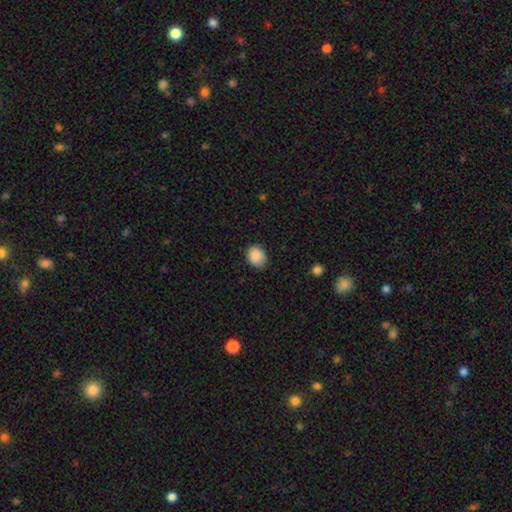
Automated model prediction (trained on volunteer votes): Smooth or featured: smooth — 88% (star or artifact — 8%)
How rounded: round — 64% (in between — 35%)
Merging: none — 81% (minor disturbance — 15%)